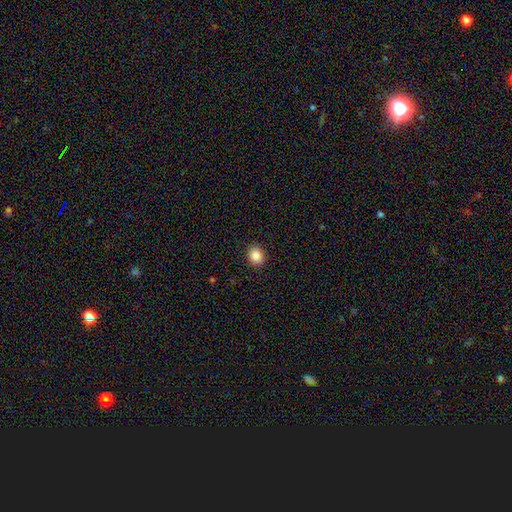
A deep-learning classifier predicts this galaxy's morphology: Smooth or featured? smooth (86%)
How rounded? round (67%)
Merging? none (91%)